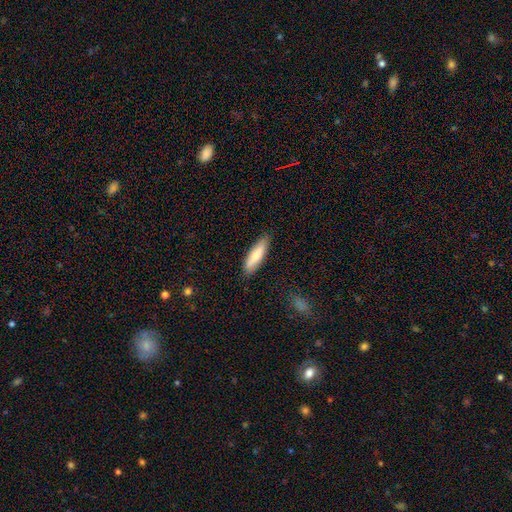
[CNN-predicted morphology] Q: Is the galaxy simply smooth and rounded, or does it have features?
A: smooth — 73%.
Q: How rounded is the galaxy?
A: cigar-shaped — 62%.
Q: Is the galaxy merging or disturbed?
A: none — 87%.